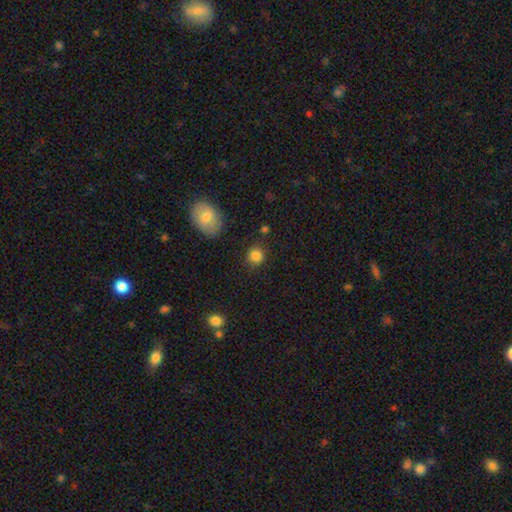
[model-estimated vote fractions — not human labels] A smooth galaxy with no disk features (85%) that is round (86%). Merging: none (85%).